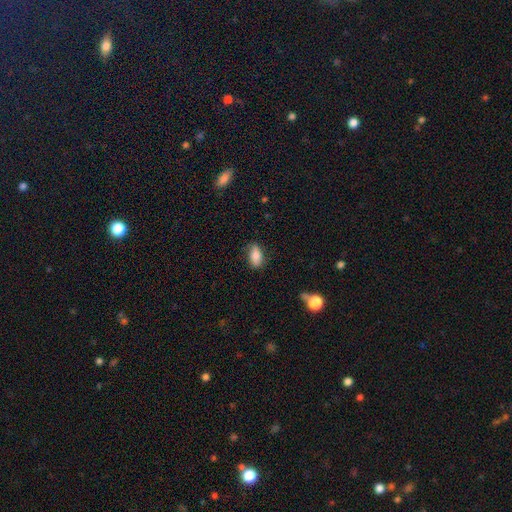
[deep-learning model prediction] This is clearly a smooth galaxy (82%). How rounded: clearly in between (89%). Merging: likely none (78%).